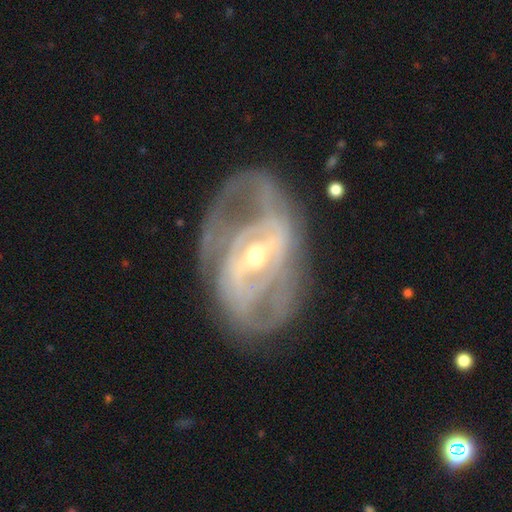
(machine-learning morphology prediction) This is clearly a featured or disk galaxy (86%). It is clearly not viewed edge-on (95%). Bar: possibly strong (53%). Spiral arm pattern: clearly yes (83%). Spiral arm count: possibly 2 (46%). Spiral winding: possibly tight (48%). Central bulge: possibly small (50%). Merging: likely none (62%).